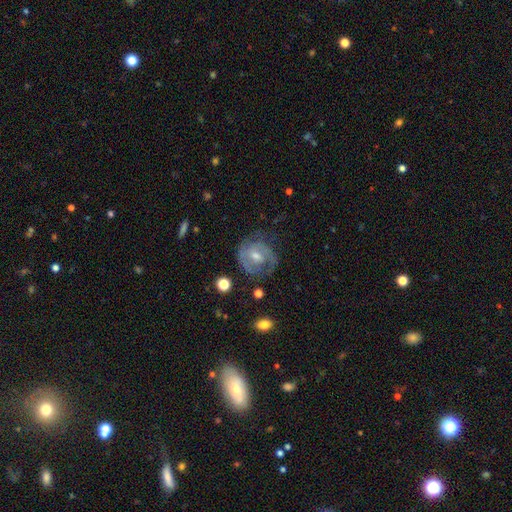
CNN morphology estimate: smooth-or-featured: featured or disk: 76% | smooth: 16% | star or artifact: 8%
  disk-edge-on: no: 97% | yes: 3%
    bar: weak: 46% | no: 40% | strong: 14%
    has-spiral-arms: yes: 86% | no: 14%
      spiral-winding: tight: 53% | medium: 35% | loose: 11%
      spiral-arm-count: 2: 50% | can't tell: 27% | 1: 10% | 3: 8% | 4: 2% | more than 4: 2%
    bulge-size: moderate: 55% | small: 39% | large: 3% | none: 2% | dominant: 1%
  merging: none: 66% | minor disturbance: 20% | major disturbance: 12% | merger: 2%